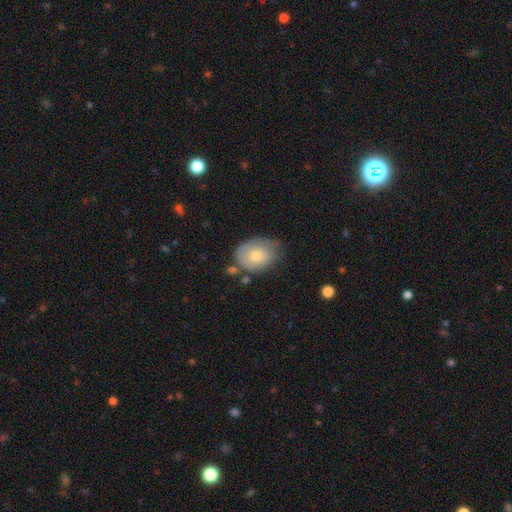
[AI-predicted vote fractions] smooth_or_featured: smooth (p=0.66) [alt: featured or disk p=0.26]
how_rounded: in between (p=0.59) [alt: round p=0.40]
merging: none (p=0.56) [alt: minor disturbance p=0.31]